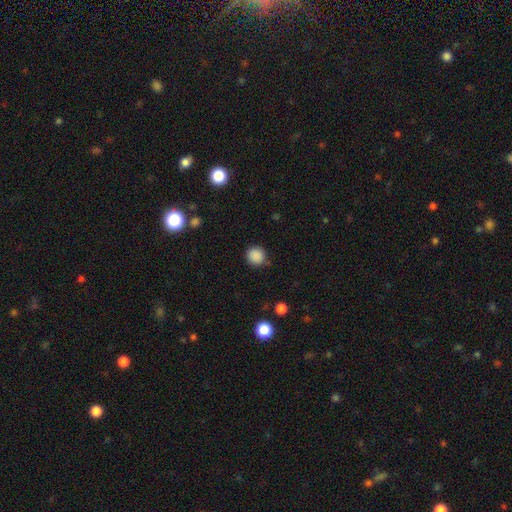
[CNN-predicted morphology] This appears to be a smooth galaxy with no disk features (87%) that is round (93%). Merging: none (85%).